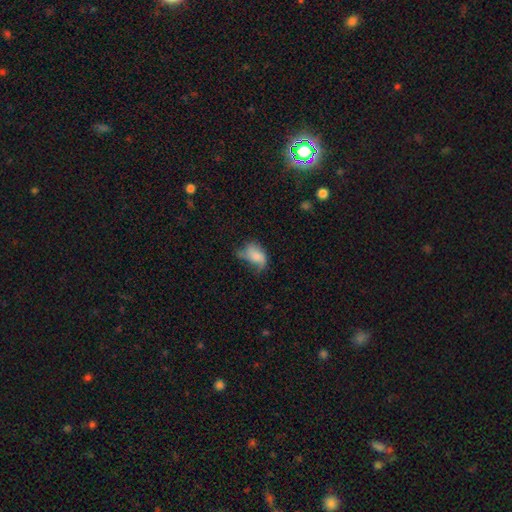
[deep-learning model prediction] Overall: smooth (65%). How rounded: in between (89%). Merging: major disturbance (34%; minor disturbance 33%).